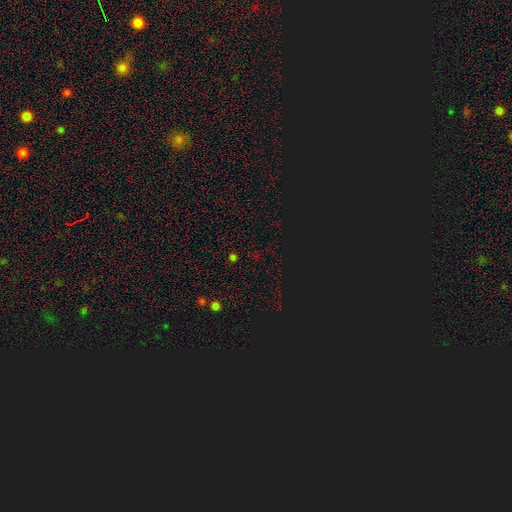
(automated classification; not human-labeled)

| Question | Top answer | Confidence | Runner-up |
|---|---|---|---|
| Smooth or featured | star or artifact | 68% | smooth (26%) |